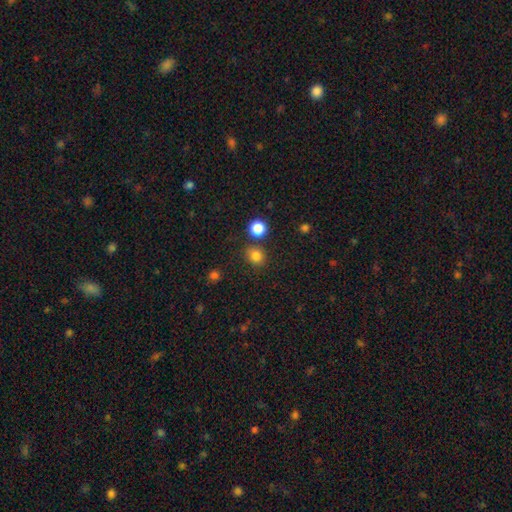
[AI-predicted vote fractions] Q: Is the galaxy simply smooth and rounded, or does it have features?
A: smooth — 81%.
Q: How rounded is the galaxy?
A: round — 77%.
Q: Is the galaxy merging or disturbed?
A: none — 78%.